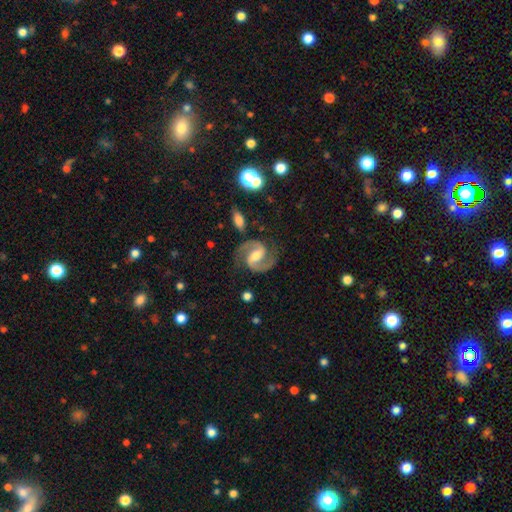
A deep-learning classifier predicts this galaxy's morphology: Q: Smooth or featured?
A: featured or disk (91%); runner-up: smooth (5%)
Q: Edge-on disk?
A: no (98%); runner-up: yes (2%)
Q: Bar?
A: weak (43%); runner-up: strong (36%)
Q: Spiral arms?
A: yes (98%); runner-up: no (2%)
Q: Spiral winding?
A: medium (64%); runner-up: tight (20%)
Q: Spiral arm count?
A: 2 (94%); runner-up: can't tell (2%)
Q: Bulge size?
A: moderate (63%); runner-up: small (22%)
Q: Merging?
A: none (81%); runner-up: minor disturbance (12%)